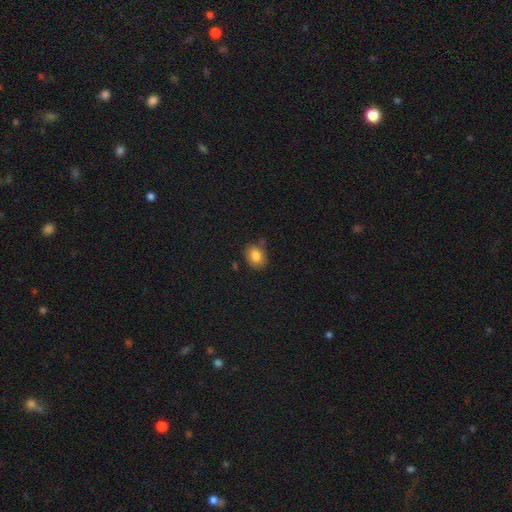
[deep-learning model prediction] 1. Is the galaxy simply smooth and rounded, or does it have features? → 83% smooth, 9% star or artifact, 8% featured or disk.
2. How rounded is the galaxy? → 65% in between, 34% round, 1% cigar-shaped.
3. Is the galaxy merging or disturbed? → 78% none, 15% minor disturbance, 4% merger, 3% major disturbance.